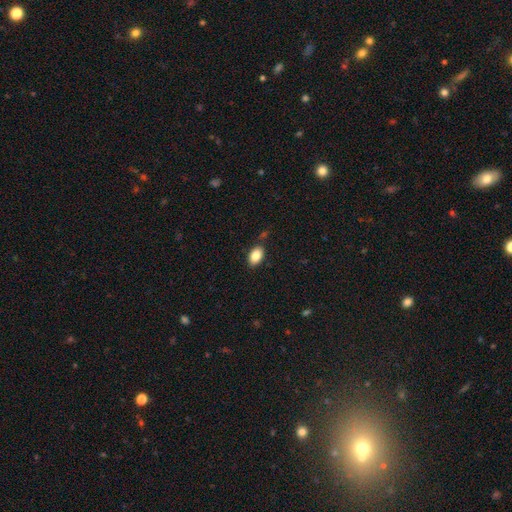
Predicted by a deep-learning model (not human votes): Smooth or featured: smooth — 85% (star or artifact — 8%)
How rounded: in between — 91% (round — 8%)
Merging: none — 81% (minor disturbance — 13%)